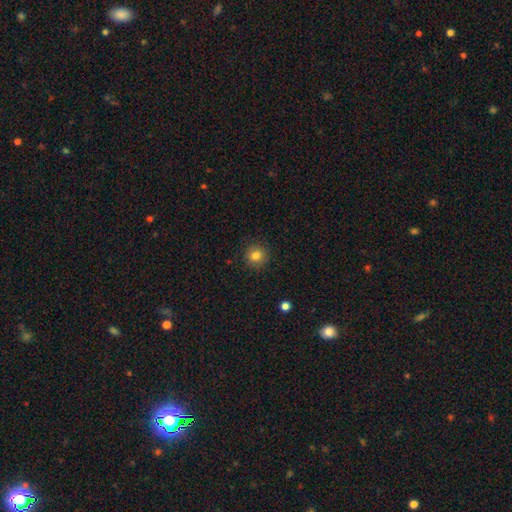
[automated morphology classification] Smooth or featured: smooth — 82% (star or artifact — 11%)
How rounded: round — 93% (in between — 6%)
Merging: none — 90% (minor disturbance — 7%)